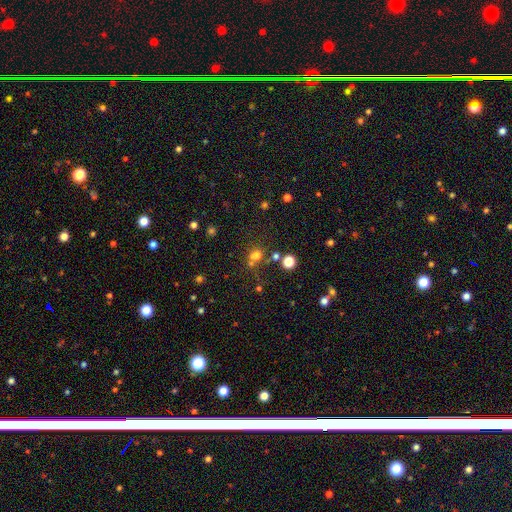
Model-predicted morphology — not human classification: A smooth galaxy with no disk features (66%) that is round (66%).

Vote fractions:
- Smooth or featured? smooth: 66% / star or artifact: 25% / featured or disk: 9%
- How rounded? round: 66% / in between: 32% / cigar-shaped: 2%
- Merging? none: 54% / merger: 27% / minor disturbance: 12% / major disturbance: 7%